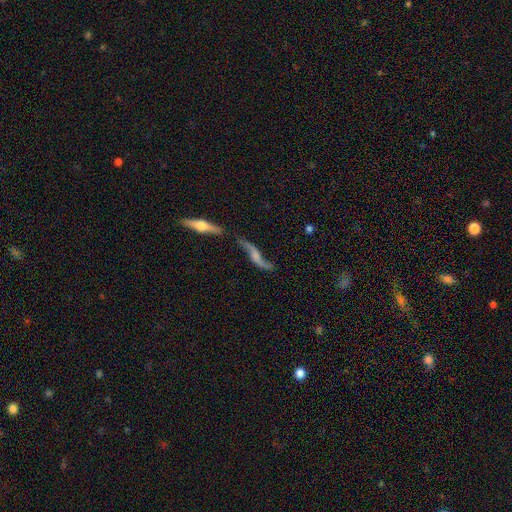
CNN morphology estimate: Smooth or featured: featured or disk — 82% (smooth — 12%)
Edge-on disk: no — 66% (yes — 34%)
Bar: no — 56% (weak — 33%)
Spiral arms: yes — 91% (no — 9%)
Bulge size: small — 34% (moderate — 29%)
Merging: none — 56% (minor disturbance — 18%)